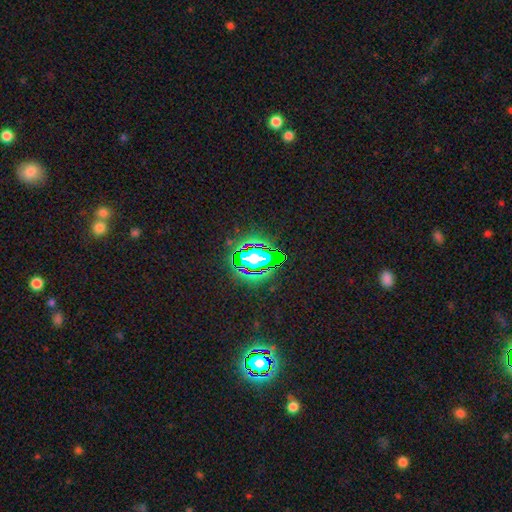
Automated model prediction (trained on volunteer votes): star or artifact 79%, smooth 12%, featured or disk 9%.